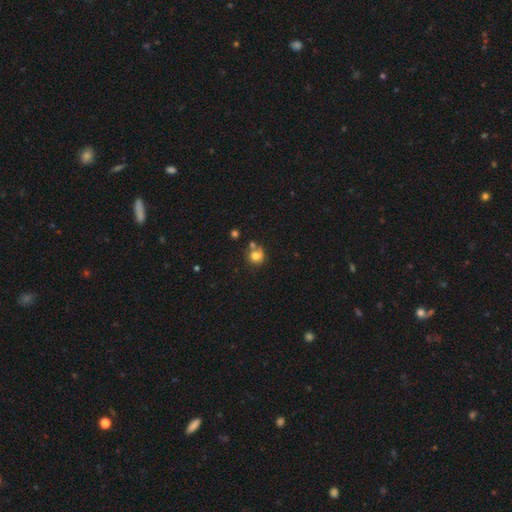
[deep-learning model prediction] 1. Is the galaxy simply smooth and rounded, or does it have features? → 74% smooth, 14% featured or disk, 12% star or artifact.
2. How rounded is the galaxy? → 84% round, 15% in between, 1% cigar-shaped.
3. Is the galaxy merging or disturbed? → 52% none, 28% merger, 15% minor disturbance, 5% major disturbance.